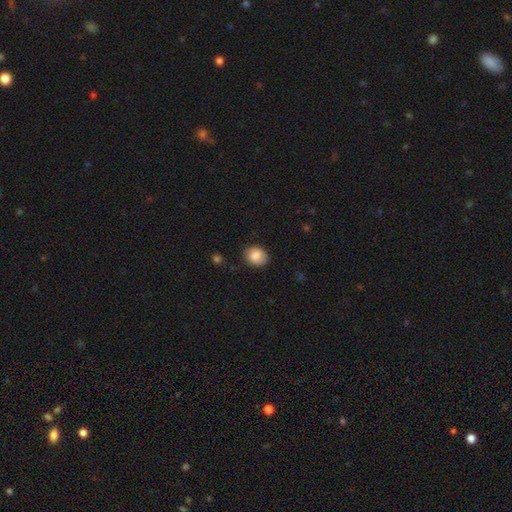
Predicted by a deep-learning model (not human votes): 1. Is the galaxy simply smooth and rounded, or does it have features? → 84% smooth, 8% featured or disk, 8% star or artifact.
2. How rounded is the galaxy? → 53% round, 47% in between, 1% cigar-shaped.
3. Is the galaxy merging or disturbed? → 82% none, 14% minor disturbance, 3% major disturbance, 1% merger.